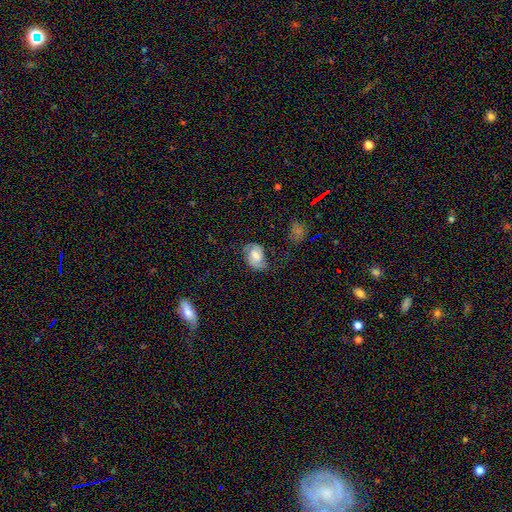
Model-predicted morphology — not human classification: A featured or disk galaxy (50%). Merging: none (53%).